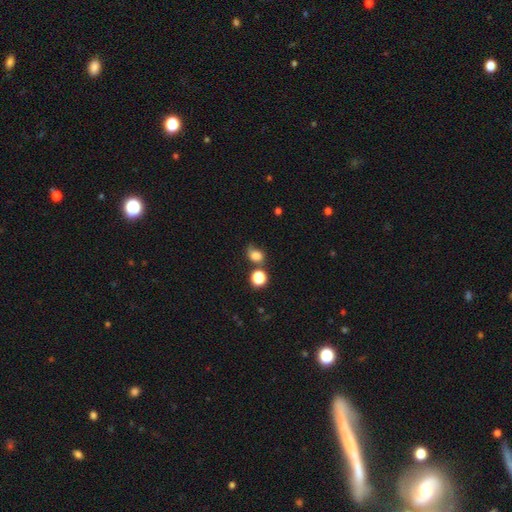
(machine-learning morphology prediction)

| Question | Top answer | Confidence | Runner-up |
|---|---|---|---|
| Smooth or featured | smooth | 77% | star or artifact (14%) |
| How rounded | round | 56% | in between (42%) |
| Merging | none | 47% | minor disturbance (25%) |